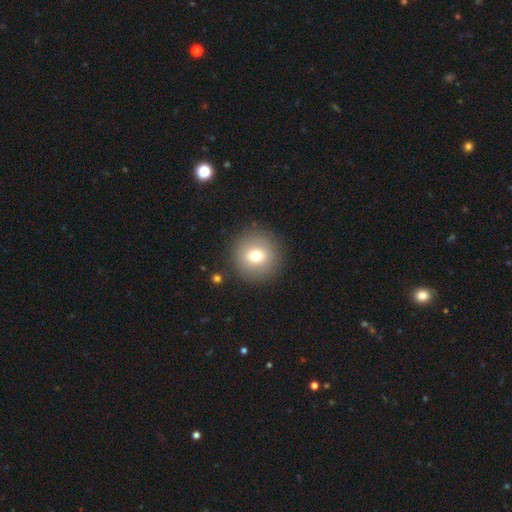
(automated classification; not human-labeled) Smooth or featured? smooth (72%)
How rounded? round (95%)
Merging? none (89%)